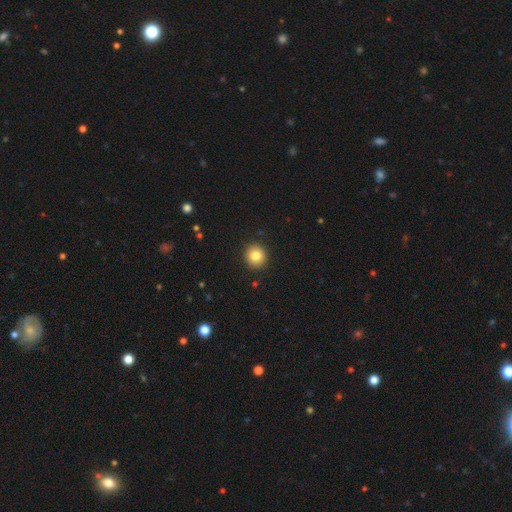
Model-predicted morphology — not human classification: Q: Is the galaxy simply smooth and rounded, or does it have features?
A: smooth — 82%.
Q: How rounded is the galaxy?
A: round — 91%.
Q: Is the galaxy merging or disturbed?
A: none — 92%.